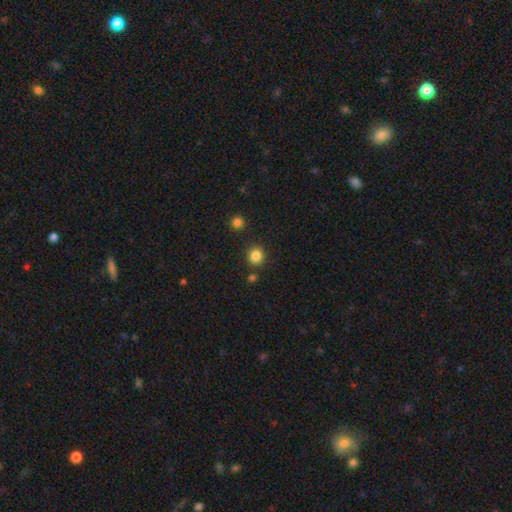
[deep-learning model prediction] Smooth or featured: smooth — 84% (star or artifact — 12%)
How rounded: round — 87% (in between — 12%)
Merging: none — 86% (minor disturbance — 7%)